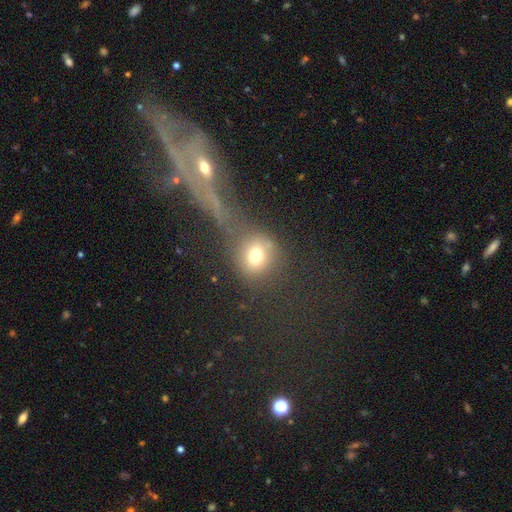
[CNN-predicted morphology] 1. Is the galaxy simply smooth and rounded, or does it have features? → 69% smooth, 16% star or artifact, 15% featured or disk.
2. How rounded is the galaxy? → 80% round, 18% in between, 2% cigar-shaped.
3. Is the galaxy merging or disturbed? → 44% none, 23% merger, 20% major disturbance, 13% minor disturbance.